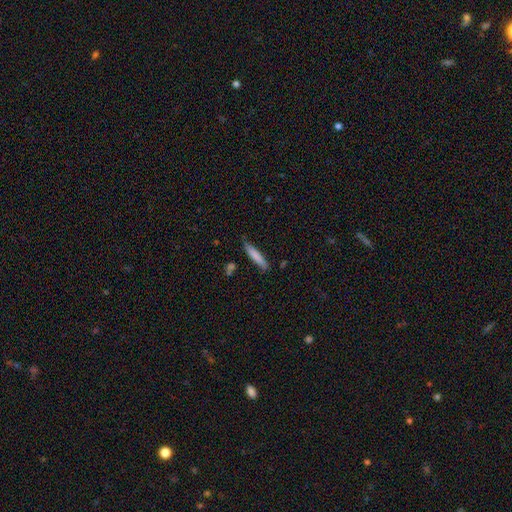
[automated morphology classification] Q: Smooth or featured?
A: smooth (78%); runner-up: featured or disk (16%)
Q: How rounded?
A: cigar-shaped (90%); runner-up: in between (8%)
Q: Merging?
A: none (80%); runner-up: minor disturbance (15%)